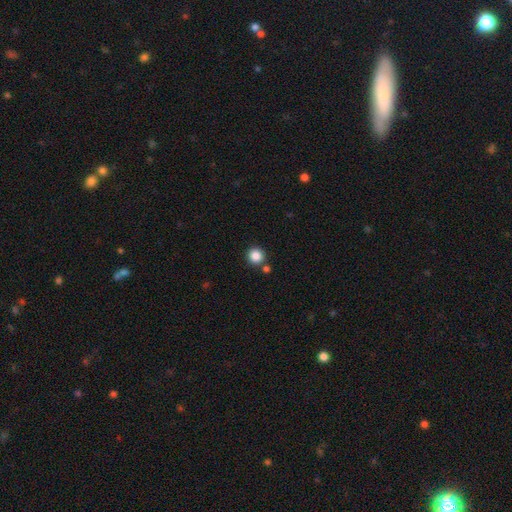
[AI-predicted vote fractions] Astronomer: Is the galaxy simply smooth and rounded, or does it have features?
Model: smooth — 86%.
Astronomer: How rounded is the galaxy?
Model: round — 94%.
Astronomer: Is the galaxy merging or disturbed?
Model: none — 82%.